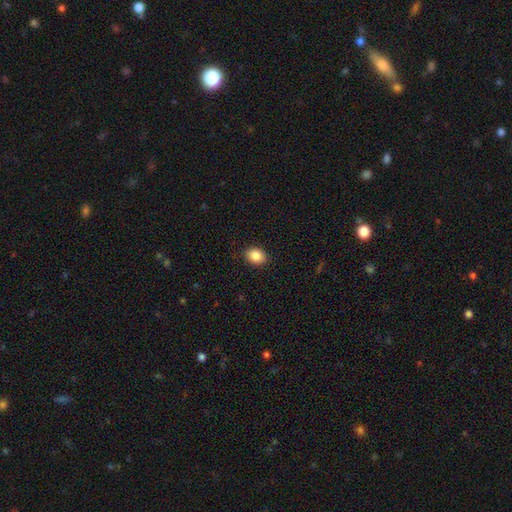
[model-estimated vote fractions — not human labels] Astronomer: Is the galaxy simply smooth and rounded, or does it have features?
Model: smooth — 88%.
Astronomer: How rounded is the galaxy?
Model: in between — 59% (runner-up: round, 40%).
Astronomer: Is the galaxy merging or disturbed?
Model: none — 89%.